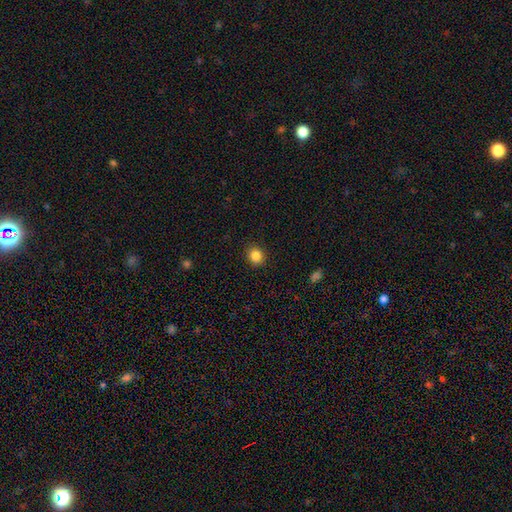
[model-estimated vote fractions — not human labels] Q: Smooth or featured?
A: smooth (85%); runner-up: star or artifact (11%)
Q: How rounded?
A: round (80%); runner-up: in between (19%)
Q: Merging?
A: none (90%); runner-up: minor disturbance (7%)